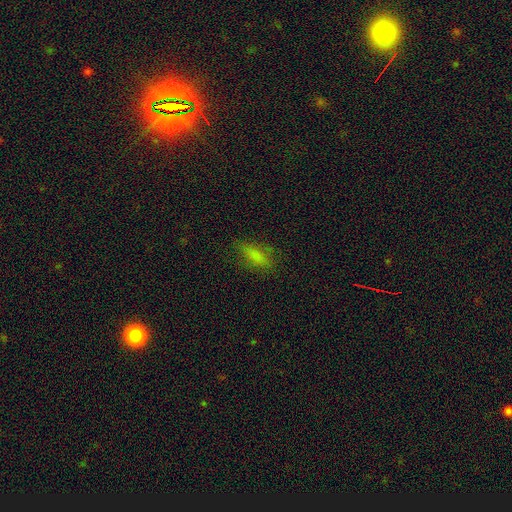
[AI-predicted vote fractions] smooth 69%, star or artifact 18%, featured or disk 13%. Down the decision tree: how rounded — in between (58%); merging — none (75%).